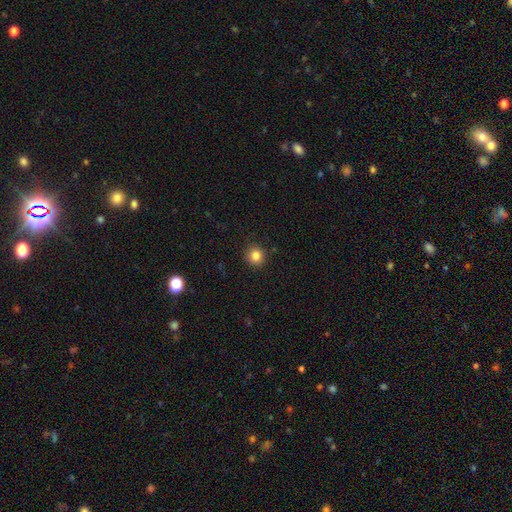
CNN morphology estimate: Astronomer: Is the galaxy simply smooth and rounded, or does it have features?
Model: smooth — 84%.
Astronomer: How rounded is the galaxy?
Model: round — 91%.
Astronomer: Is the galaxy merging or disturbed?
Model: none — 90%.